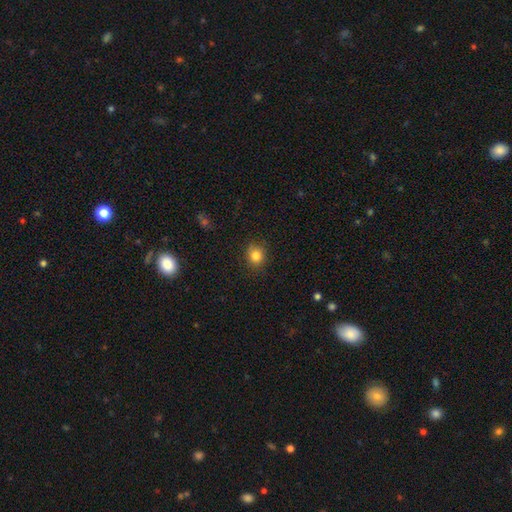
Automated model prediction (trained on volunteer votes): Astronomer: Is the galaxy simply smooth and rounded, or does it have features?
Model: smooth — 83%.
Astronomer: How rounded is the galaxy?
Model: round — 81%.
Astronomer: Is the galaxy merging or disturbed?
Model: none — 84%.